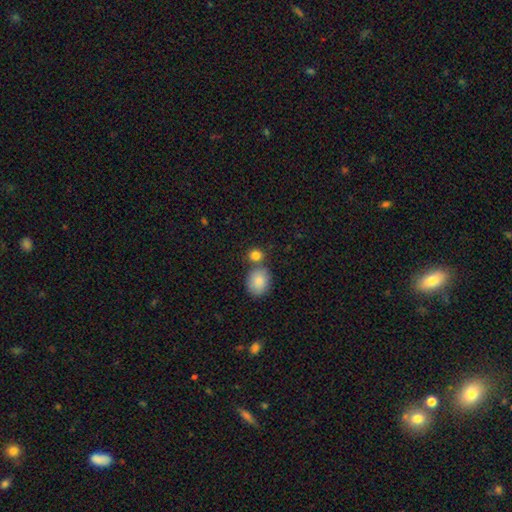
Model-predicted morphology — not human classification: A smooth galaxy with no disk features (84%) that is round (73%). Merging: none (58%).